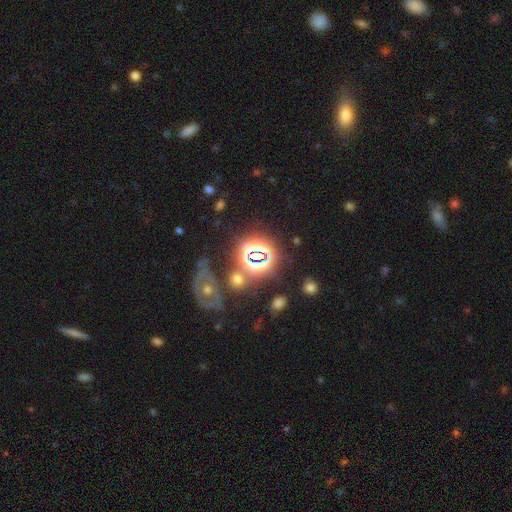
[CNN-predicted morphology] Smooth or featured? Predicted: star or artifact (p=0.67).